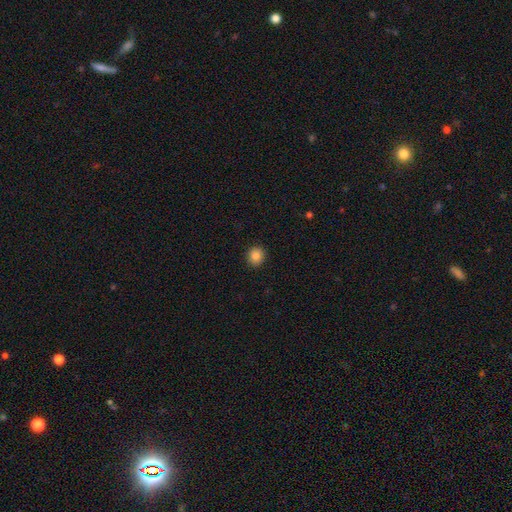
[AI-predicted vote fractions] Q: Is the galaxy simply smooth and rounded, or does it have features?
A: smooth — 86%.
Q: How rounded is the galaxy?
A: round — 82%.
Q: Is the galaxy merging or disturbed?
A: none — 91%.